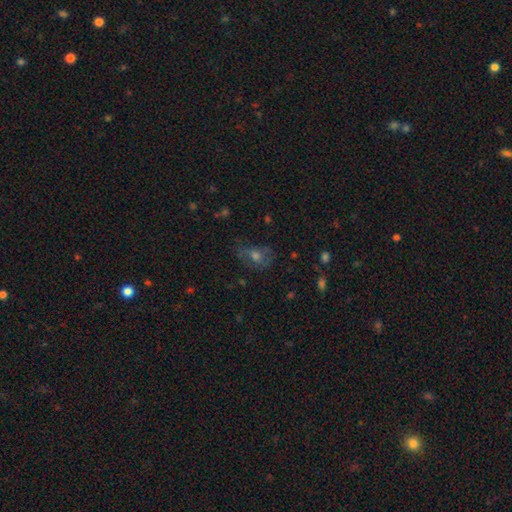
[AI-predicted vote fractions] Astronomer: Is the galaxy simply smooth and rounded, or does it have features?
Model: smooth — 50% (runner-up: featured or disk, 30%).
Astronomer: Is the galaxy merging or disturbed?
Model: none — 54%.